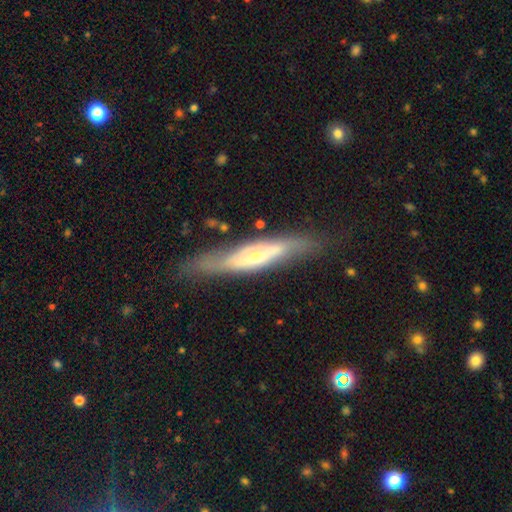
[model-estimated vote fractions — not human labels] Smooth or featured? featured or disk (66%)
Edge-on disk? yes (59%)
Merging? none (75%)